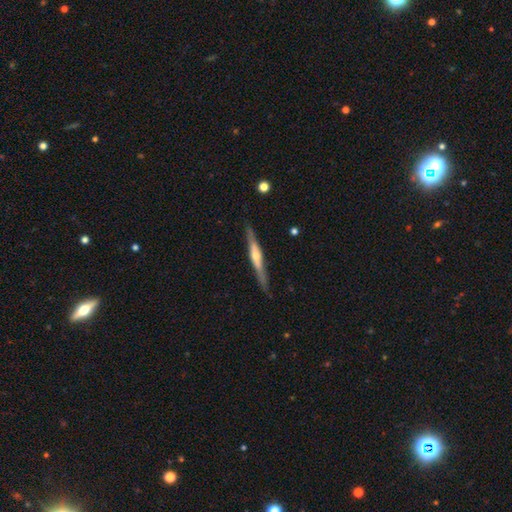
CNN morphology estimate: Smooth or featured? featured or disk (71%)
Edge-on disk? yes (96%)
Edge-on bulge? rounded (82%)
Merging? none (86%)